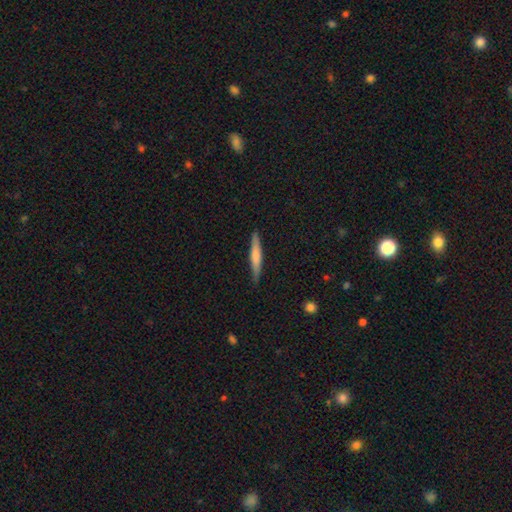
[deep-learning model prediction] Smooth or featured: smooth — 57% (featured or disk — 38%)
How rounded: cigar-shaped — 94% (in between — 5%)
Merging: none — 88% (minor disturbance — 9%)